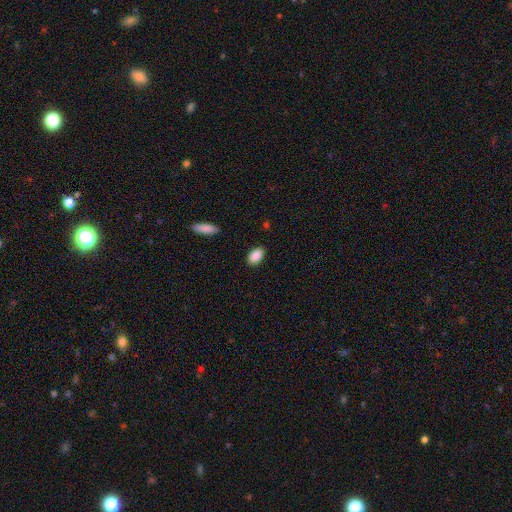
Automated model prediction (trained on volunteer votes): Smooth or featured: smooth — 88% (star or artifact — 7%)
How rounded: in between — 92% (round — 6%)
Merging: none — 88% (minor disturbance — 9%)